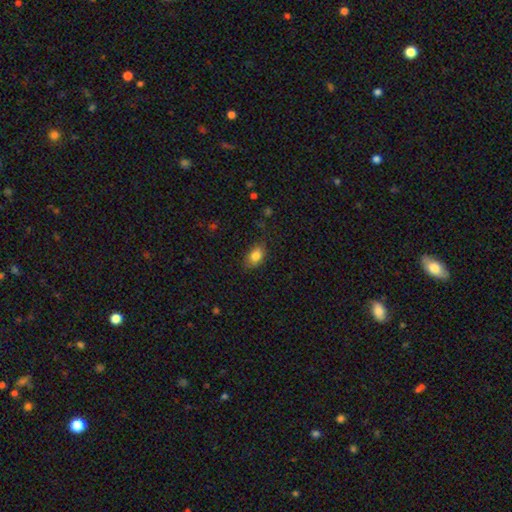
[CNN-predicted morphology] Smooth or featured?
  - smooth: 84% *
  - star or artifact: 9%
  - featured or disk: 8%
How rounded?
  - in between: 82% *
  - round: 16%
  - cigar-shaped: 2%
Merging?
  - none: 73% *
  - minor disturbance: 21%
  - major disturbance: 5%
  - merger: 1%